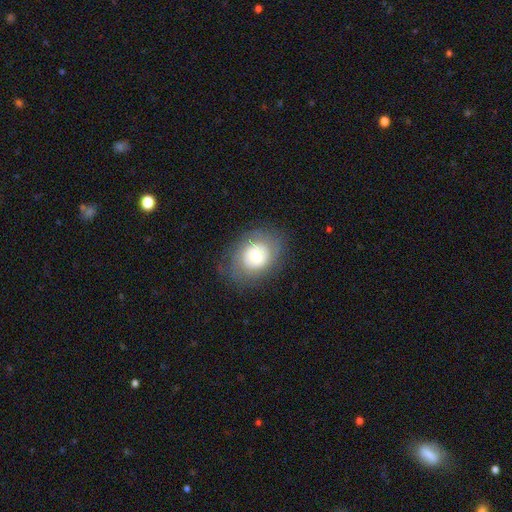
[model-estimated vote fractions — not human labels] Morphology: type=smooth (59%); roundness=in between (55%); merging=none (76%).